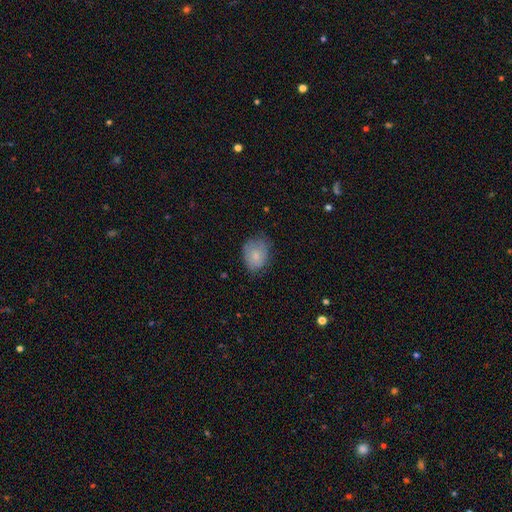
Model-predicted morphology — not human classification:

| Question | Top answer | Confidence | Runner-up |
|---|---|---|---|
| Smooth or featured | smooth | 77% | featured or disk (16%) |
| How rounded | in between | 60% | round (39%) |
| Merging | none | 62% | minor disturbance (29%) |